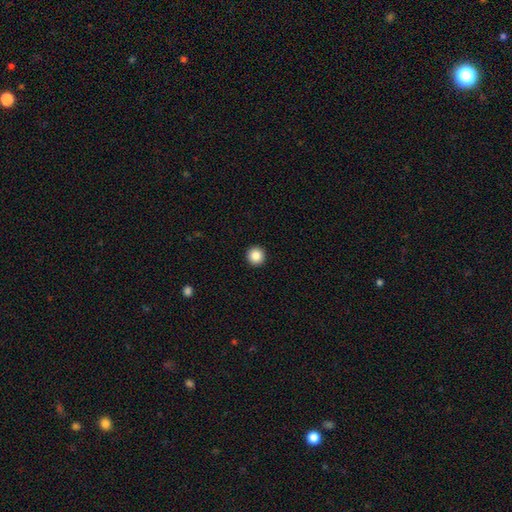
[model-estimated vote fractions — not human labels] Q: Smooth or featured?
A: smooth (86%); runner-up: star or artifact (10%)
Q: How rounded?
A: round (96%); runner-up: in between (3%)
Q: Merging?
A: none (94%); runner-up: minor disturbance (4%)